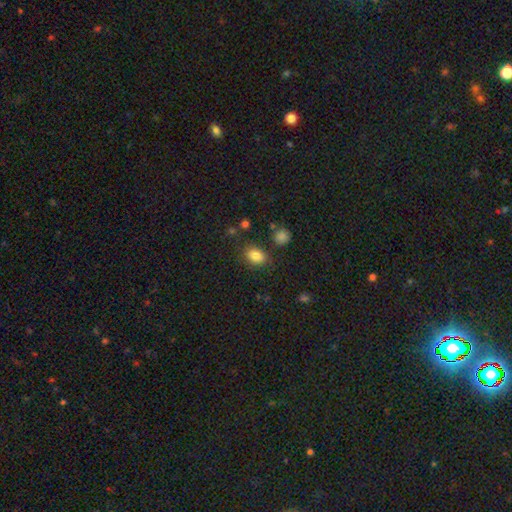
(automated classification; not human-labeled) Morphology: type=smooth (84%); roundness=in between (74%); merging=none (79%).